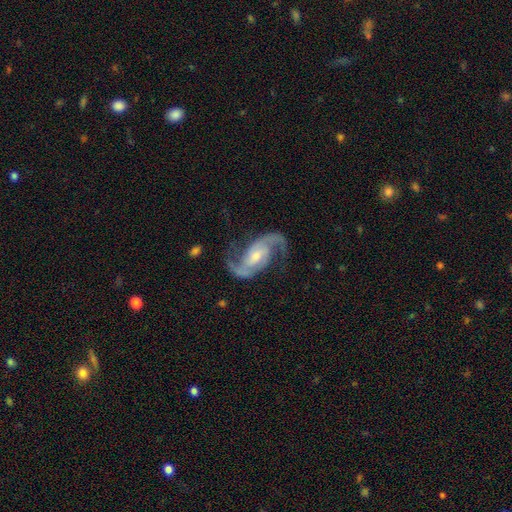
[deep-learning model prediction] Smooth or featured?
  - featured or disk: 92% *
  - star or artifact: 4%
  - smooth: 3%
Edge-on disk?
  - no: 98% *
  - yes: 2%
Bar?
  - weak: 41% *
  - no: 39%
  - strong: 19%
Spiral arms?
  - yes: 98% *
  - no: 2%
Spiral winding?
  - medium: 51% *
  - loose: 37%
  - tight: 12%
Spiral arm count?
  - 2: 94% *
  - can't tell: 2%
  - 3: 2%
  - 1: 1%
  - 4: 1%
  - more than 4: 1%
Bulge size?
  - moderate: 50% *
  - small: 37%
  - large: 7%
  - none: 4%
  - dominant: 1%
Merging?
  - none: 78% *
  - minor disturbance: 13%
  - major disturbance: 7%
  - merger: 2%